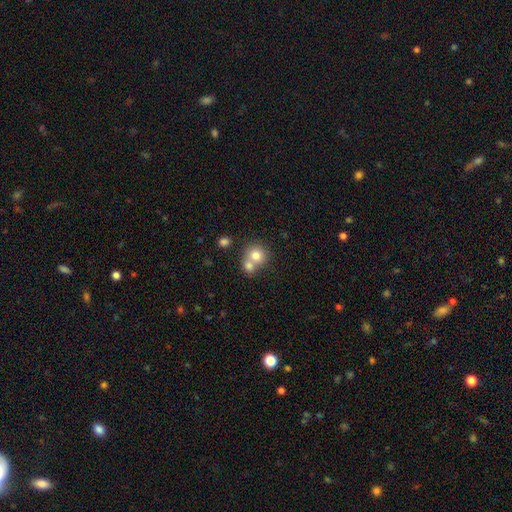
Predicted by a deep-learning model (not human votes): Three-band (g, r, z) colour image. It shows a smooth galaxy with no disk features (75%) that is round (82%). Merging: merger (57%).